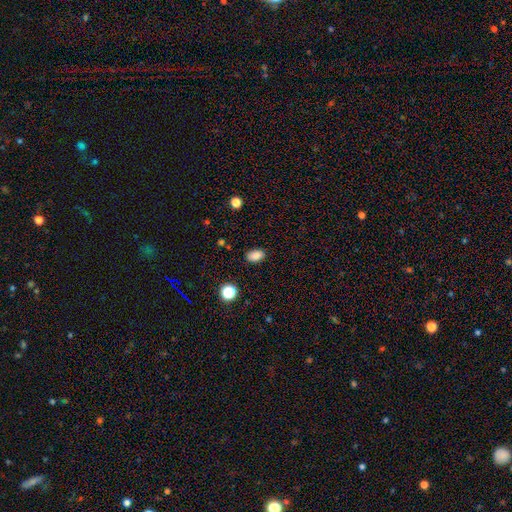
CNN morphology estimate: This appears to be a smooth galaxy with no disk features (84%) that is in between round and cigar-shaped (87%). Merging: none (87%).